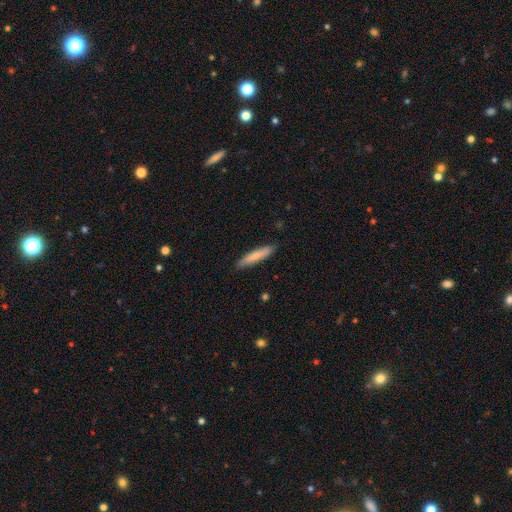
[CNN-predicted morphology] Smooth or featured?
  - smooth: 77% *
  - featured or disk: 18%
  - star or artifact: 5%
How rounded?
  - cigar-shaped: 89% *
  - in between: 10%
  - round: 1%
Merging?
  - none: 86% *
  - minor disturbance: 11%
  - major disturbance: 2%
  - merger: 1%